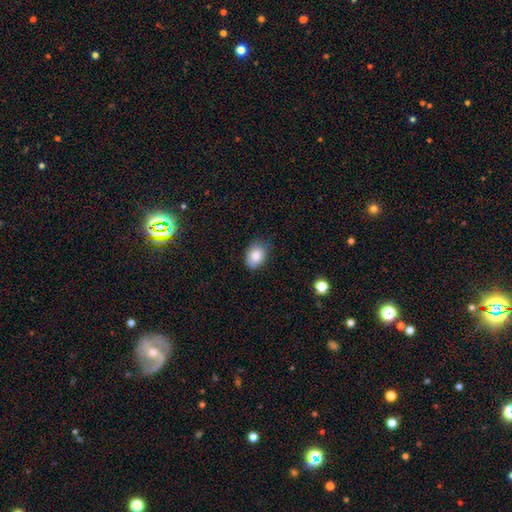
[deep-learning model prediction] A smooth galaxy with no disk features (83%) that is in between round and cigar-shaped (75%). Merging: none (75%).